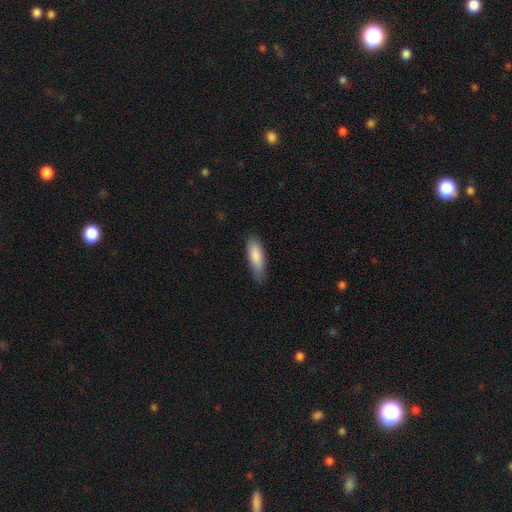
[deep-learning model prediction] This is clearly a smooth galaxy (87%). How rounded: possibly in between (58%). Merging: likely none (73%).